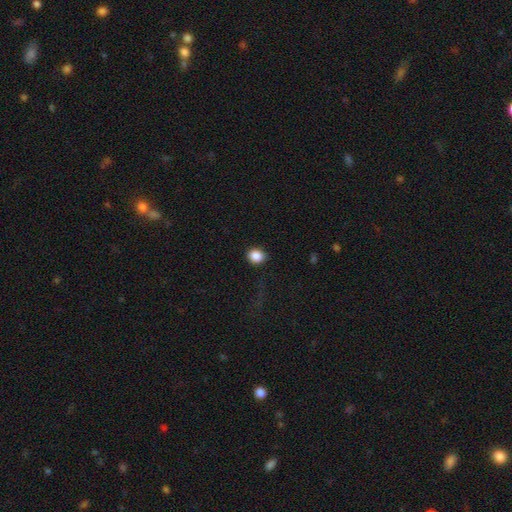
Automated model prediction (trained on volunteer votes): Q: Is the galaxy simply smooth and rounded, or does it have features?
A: smooth — 88%.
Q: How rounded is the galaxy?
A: round — 71%.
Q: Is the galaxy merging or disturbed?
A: none — 86%.